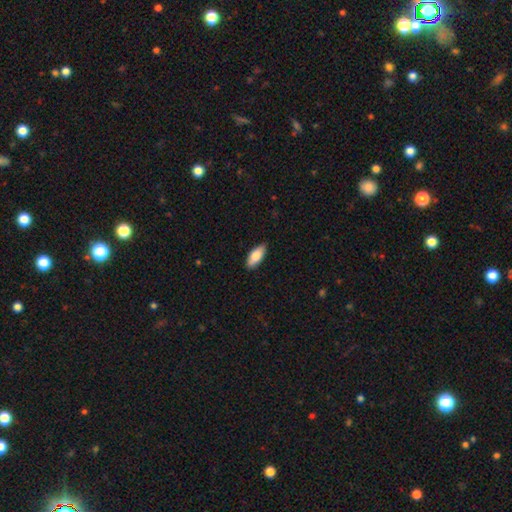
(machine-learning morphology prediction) smooth 82%, featured or disk 12%, star or artifact 6%. Down the decision tree: how rounded — in between (86%); merging — none (86%).